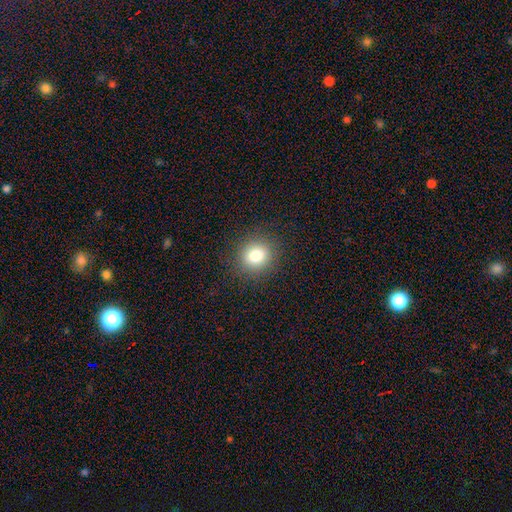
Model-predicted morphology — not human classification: Q: Smooth or featured?
A: smooth (81%); runner-up: star or artifact (12%)
Q: How rounded?
A: round (82%); runner-up: in between (17%)
Q: Merging?
A: none (89%); runner-up: minor disturbance (7%)